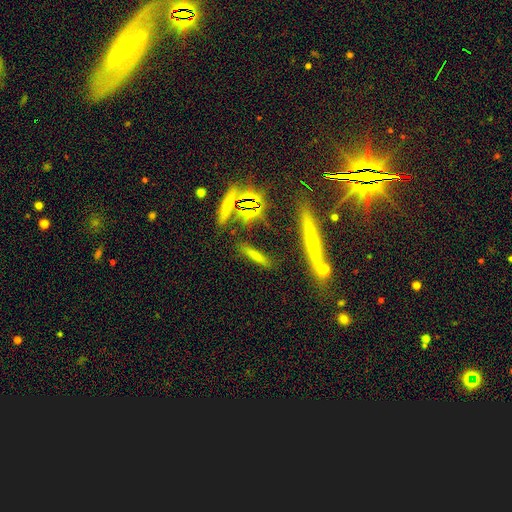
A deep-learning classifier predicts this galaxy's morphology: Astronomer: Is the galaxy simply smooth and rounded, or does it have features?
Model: smooth — 62%.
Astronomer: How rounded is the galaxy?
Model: cigar-shaped — 82%.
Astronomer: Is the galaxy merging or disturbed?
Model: none — 79%.